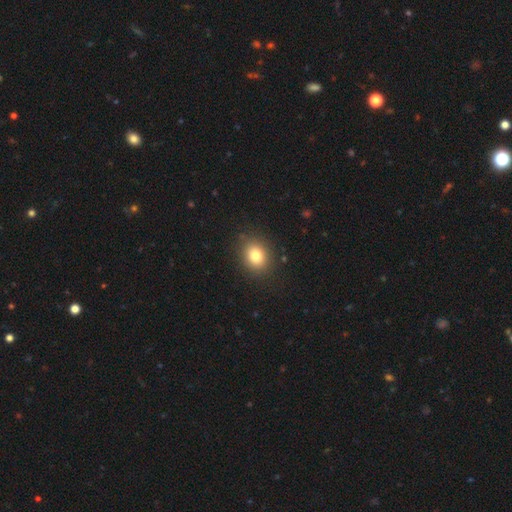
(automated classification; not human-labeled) Morphology: type=smooth (80%); roundness=round (60%); merging=none (88%).